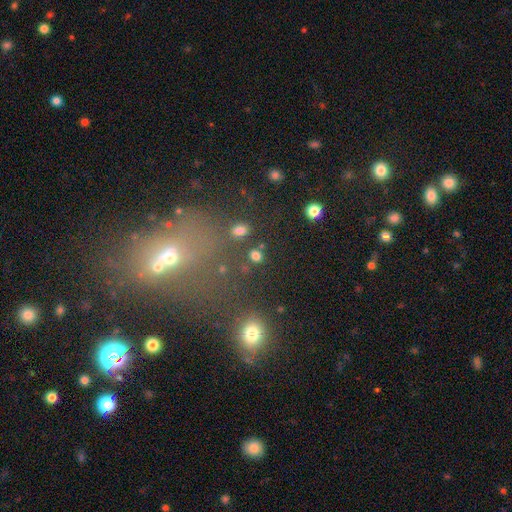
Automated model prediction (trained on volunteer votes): smooth_or_featured: smooth (p=0.77) [alt: star or artifact p=0.16]
how_rounded: round (p=0.66) [alt: in between p=0.33]
merging: none (p=0.78) [alt: minor disturbance p=0.09]